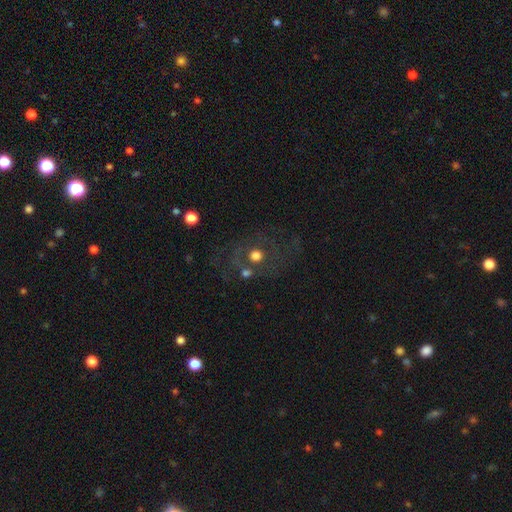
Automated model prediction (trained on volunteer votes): Morphology: type=smooth (48%); merging=none (61%).